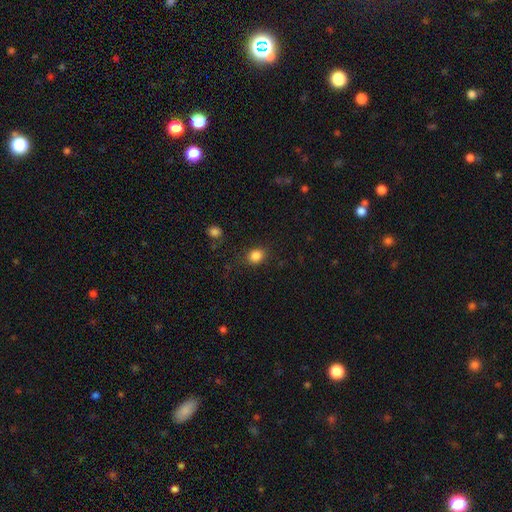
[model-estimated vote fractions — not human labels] Smooth or featured? Predicted: smooth (p=0.84). How rounded? Predicted: round (p=0.58). Merging? Predicted: none (p=0.83).